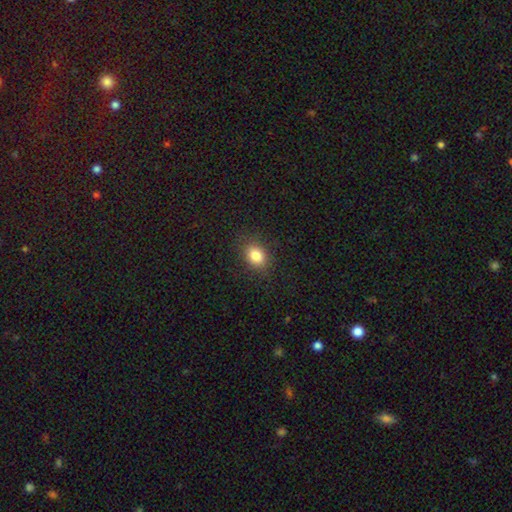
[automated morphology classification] Smooth or featured? Predicted: smooth (p=0.83). How rounded? Predicted: in between (p=0.60). Merging? Predicted: none (p=0.86).